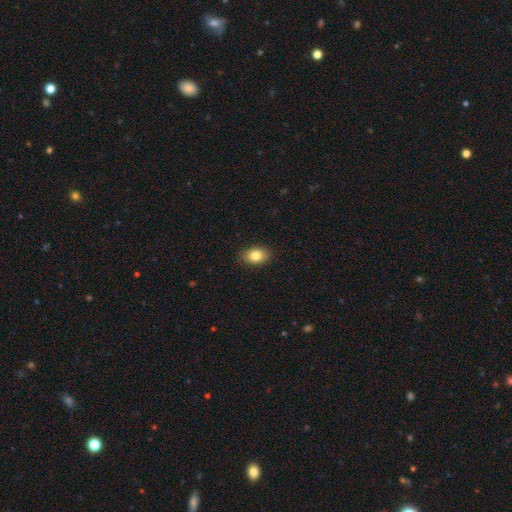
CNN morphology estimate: Smooth or featured: smooth — 84% (star or artifact — 8%)
How rounded: in between — 83% (round — 16%)
Merging: none — 89% (minor disturbance — 8%)